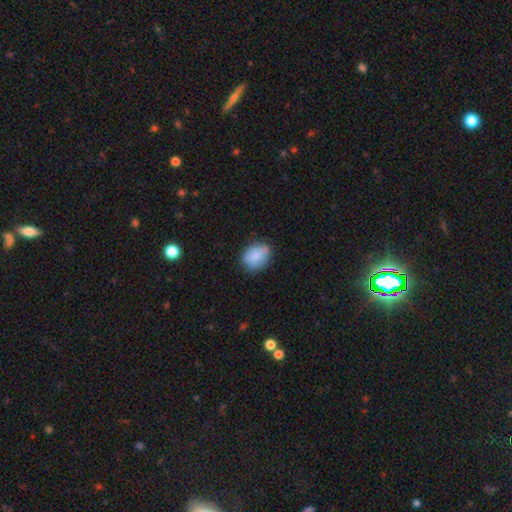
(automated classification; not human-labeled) smooth_or_featured: smooth (p=0.84) [alt: featured or disk p=0.09]
how_rounded: in between (p=0.71) [alt: round p=0.27]
merging: none (p=0.77) [alt: minor disturbance p=0.18]